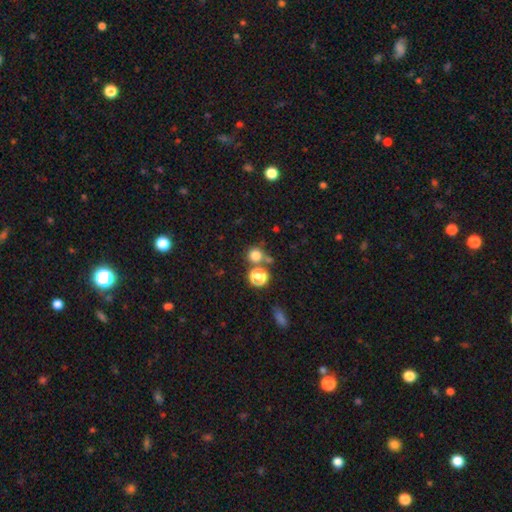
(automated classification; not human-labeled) smooth 77%, star or artifact 18%, featured or disk 6%. Down the decision tree: how rounded — round (91%); merging — none (67%).